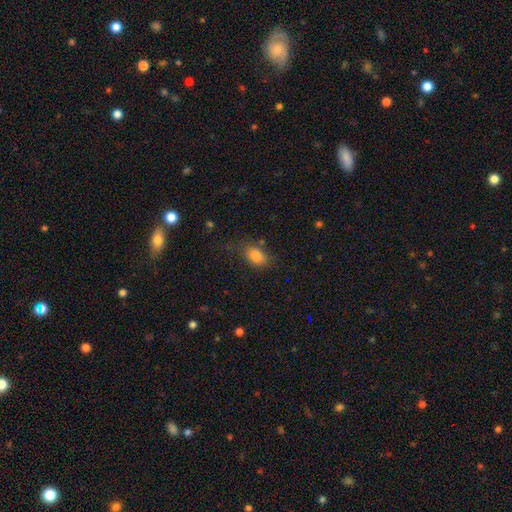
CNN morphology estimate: Smooth or featured? smooth (84%)
How rounded? in between (77%)
Merging? none (68%)